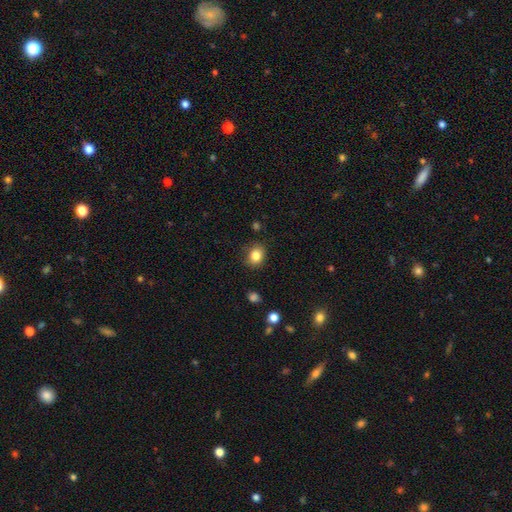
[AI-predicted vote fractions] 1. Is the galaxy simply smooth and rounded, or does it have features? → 84% smooth, 10% star or artifact, 6% featured or disk.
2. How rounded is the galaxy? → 59% round, 40% in between, 1% cigar-shaped.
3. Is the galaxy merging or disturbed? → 82% none, 14% minor disturbance, 3% major disturbance, 1% merger.